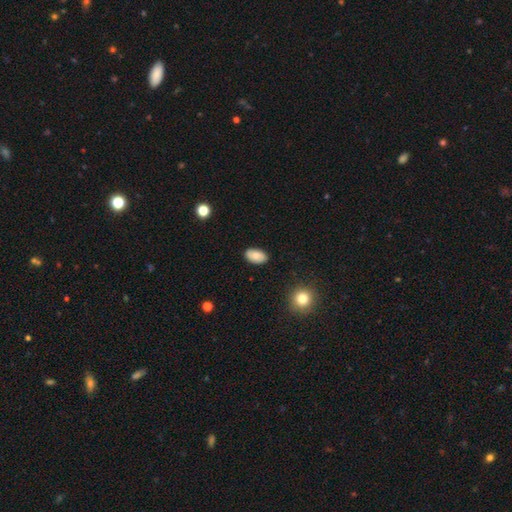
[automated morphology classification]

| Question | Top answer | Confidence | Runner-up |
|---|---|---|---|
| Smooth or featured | smooth | 83% | featured or disk (9%) |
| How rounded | in between | 93% | round (5%) |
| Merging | none | 87% | minor disturbance (10%) |